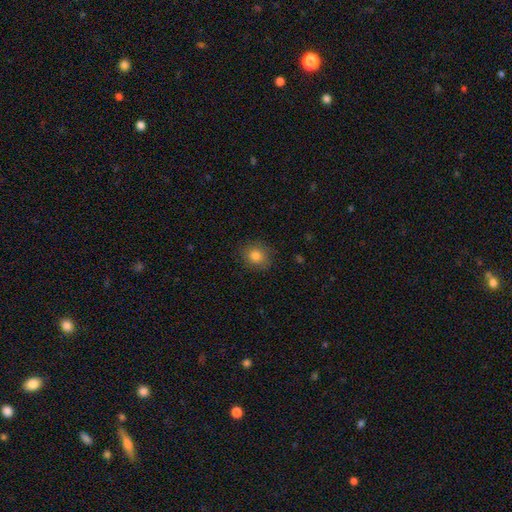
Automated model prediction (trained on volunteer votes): The model was most divided on "how rounded": round: 73%, in between: 26%, cigar-shaped: 1%. More confident: merging — none (86%); smooth or featured — smooth (82%).